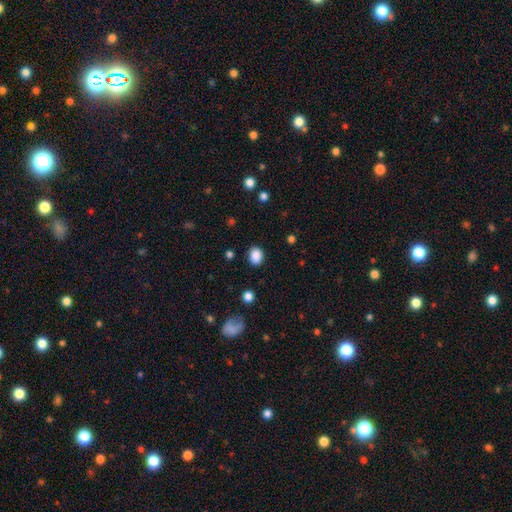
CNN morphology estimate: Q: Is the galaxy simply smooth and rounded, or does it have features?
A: smooth — 87%.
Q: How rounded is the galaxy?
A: in between — 50%.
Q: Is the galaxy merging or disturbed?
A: none — 86%.